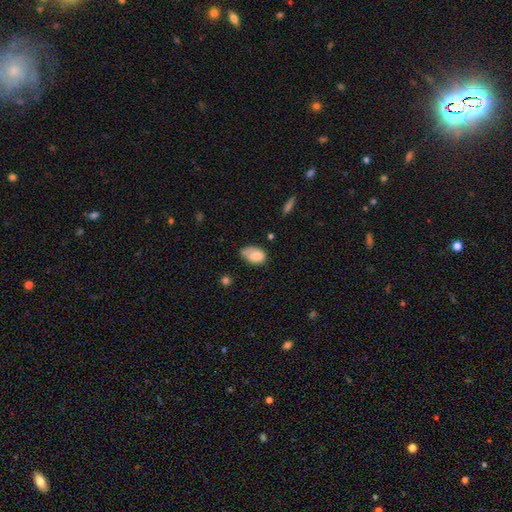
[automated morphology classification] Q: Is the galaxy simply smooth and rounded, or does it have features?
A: smooth — 77%.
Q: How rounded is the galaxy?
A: in between — 90%.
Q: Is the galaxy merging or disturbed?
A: none — 46%.